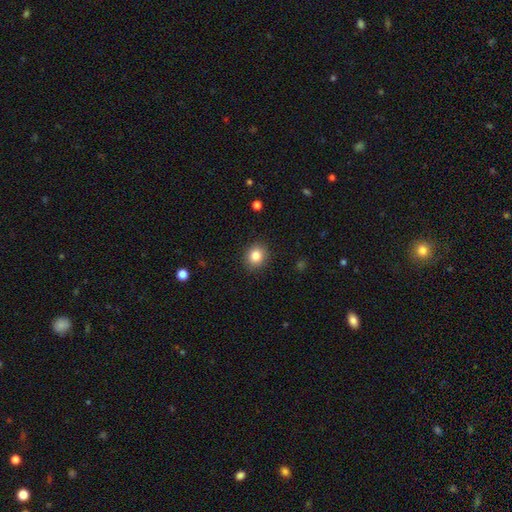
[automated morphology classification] type=smooth (84%); roundness=round (73%); merging=none (90%).